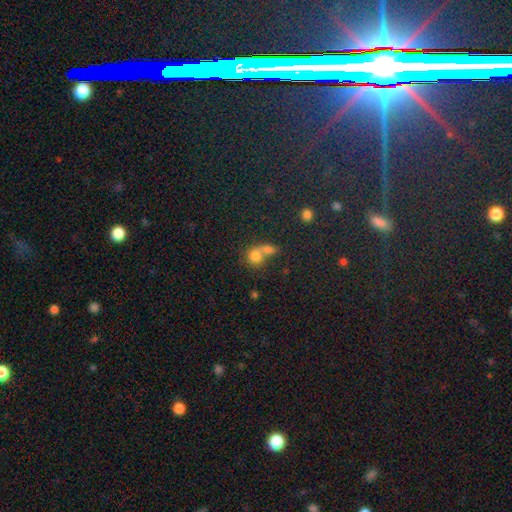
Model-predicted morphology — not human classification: Overall: smooth (75%). How rounded: round (71%). Merging: merger (66%).